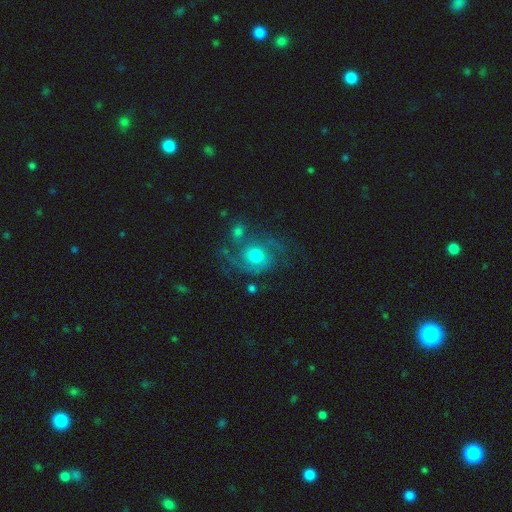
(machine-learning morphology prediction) This is likely a featured or disk galaxy (75%). It is clearly not viewed edge-on (98%). Bar: likely no (76%). Spiral arm pattern: clearly yes (92%). Spiral arm count: possibly 2 (59%). Spiral winding: possibly medium (49%). Central bulge: likely moderate (64%). Merging: possibly none (54%).